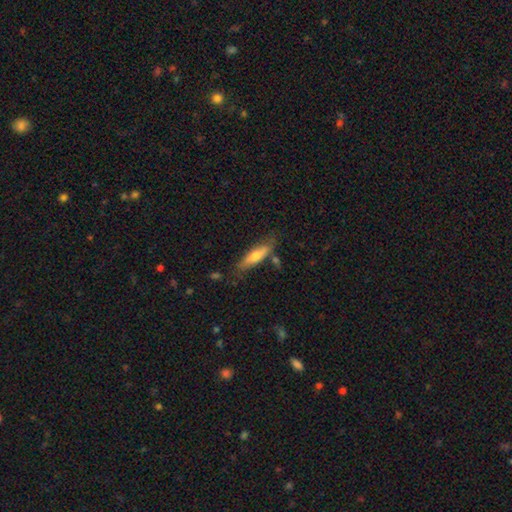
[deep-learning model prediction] Smooth or featured? smooth (54%)
How rounded? cigar-shaped (69%)
Merging? none (72%)